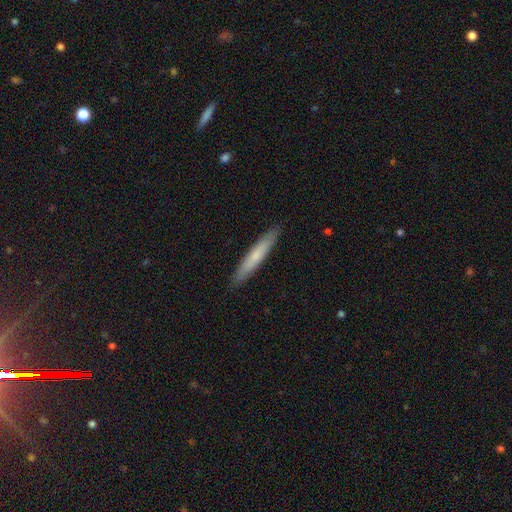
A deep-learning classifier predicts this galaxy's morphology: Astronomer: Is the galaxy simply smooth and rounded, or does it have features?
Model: smooth — 66%.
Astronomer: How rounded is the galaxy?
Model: cigar-shaped — 94%.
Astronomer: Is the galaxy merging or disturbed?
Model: none — 91%.